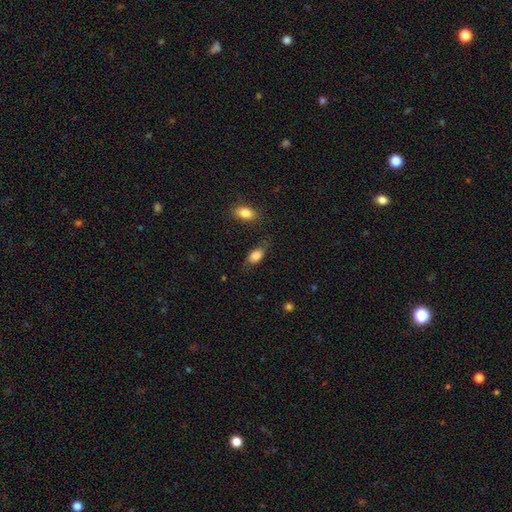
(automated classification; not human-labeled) Smooth or featured? smooth (80%)
How rounded? in between (86%)
Merging? none (64%)